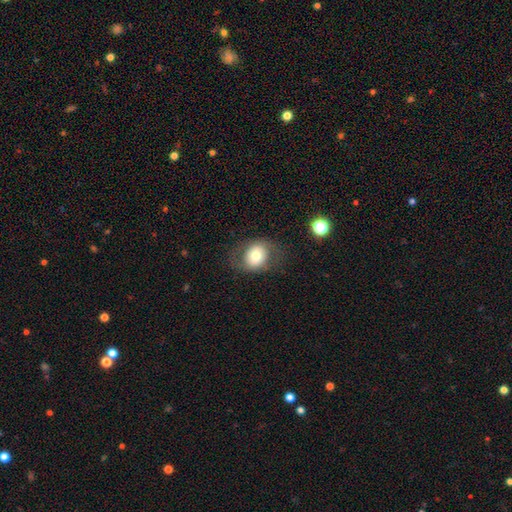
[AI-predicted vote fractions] Q: Smooth or featured?
A: smooth (62%); runner-up: featured or disk (29%)
Q: How rounded?
A: round (53%); runner-up: in between (46%)
Q: Merging?
A: none (71%); runner-up: minor disturbance (16%)